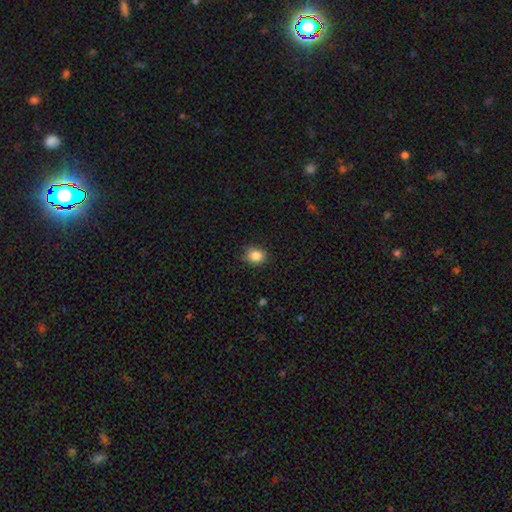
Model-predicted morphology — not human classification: This appears to be a smooth galaxy with no disk features (86%) that is round (55%). Merging: none (81%).